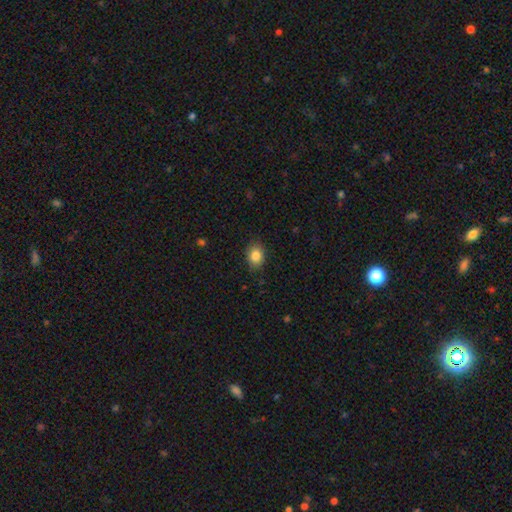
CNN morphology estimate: The model was most divided on "how rounded": in between: 64%, round: 35%, cigar-shaped: 1%. More confident: merging — none (87%); smooth or featured — smooth (85%).